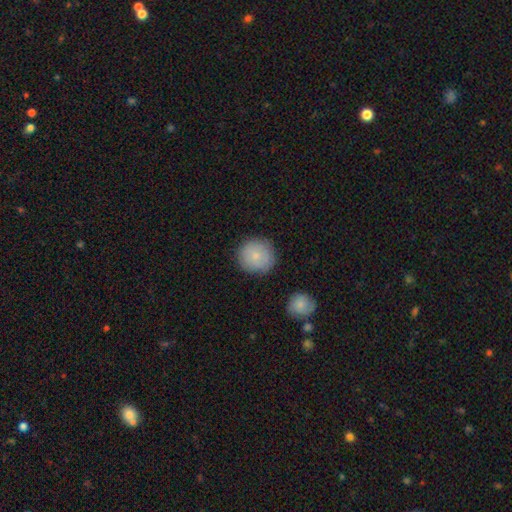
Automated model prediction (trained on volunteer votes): This is clearly a smooth galaxy (83%). How rounded: clearly round (91%). Merging: clearly none (85%).